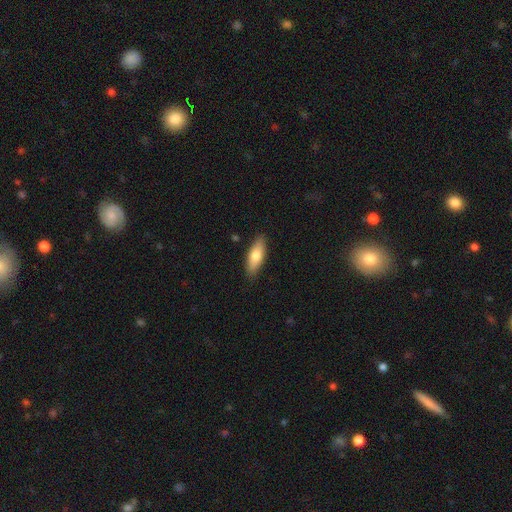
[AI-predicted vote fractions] Morphology: type=smooth (74%); roundness=in between (66%); merging=none (87%).